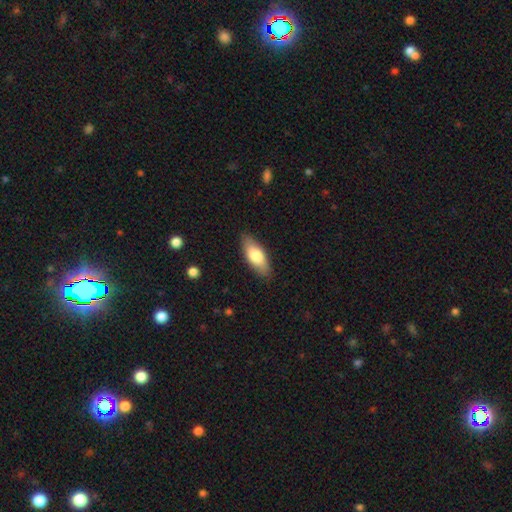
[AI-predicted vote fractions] smooth 77%, featured or disk 18%, star or artifact 6%. Down the decision tree: how rounded — in between (78%); merging — none (86%).